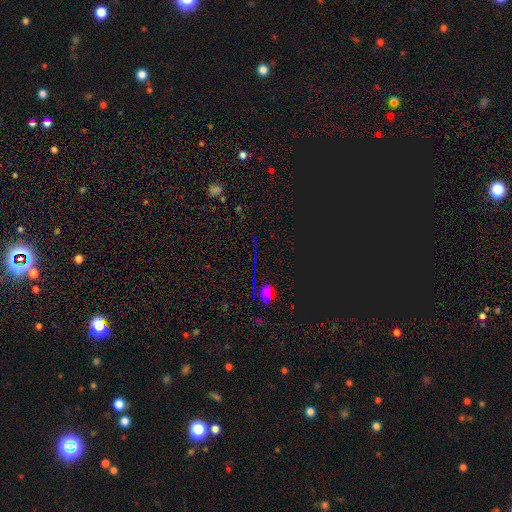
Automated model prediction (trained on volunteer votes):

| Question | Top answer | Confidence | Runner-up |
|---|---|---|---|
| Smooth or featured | star or artifact | 78% | smooth (13%) |